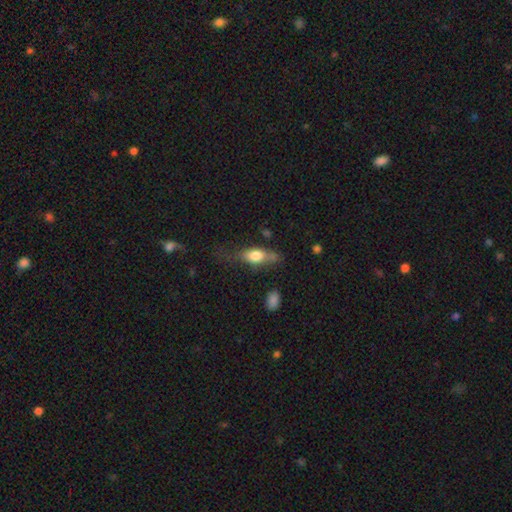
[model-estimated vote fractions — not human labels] A smooth galaxy with no disk features (71%) that is in between round and cigar-shaped (72%).

Vote fractions:
- Smooth or featured? smooth: 71% / featured or disk: 22% / star or artifact: 7%
- How rounded? in between: 72% / cigar-shaped: 22% / round: 6%
- Merging? none: 45% / minor disturbance: 30% / major disturbance: 19% / merger: 5%